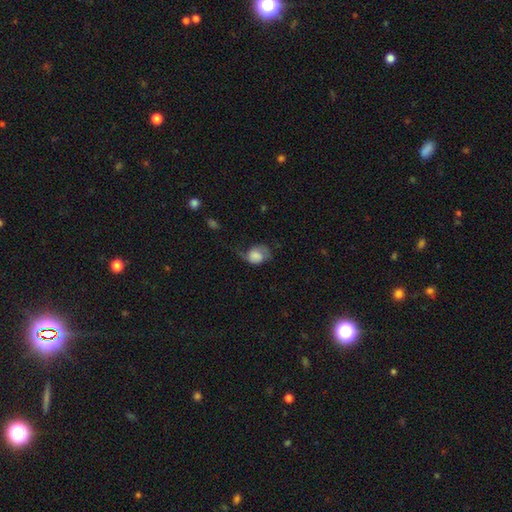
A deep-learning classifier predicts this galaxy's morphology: smooth 62%, featured or disk 30%, star or artifact 8%. Down the decision tree: how rounded — in between (53%); merging — major disturbance (38%).